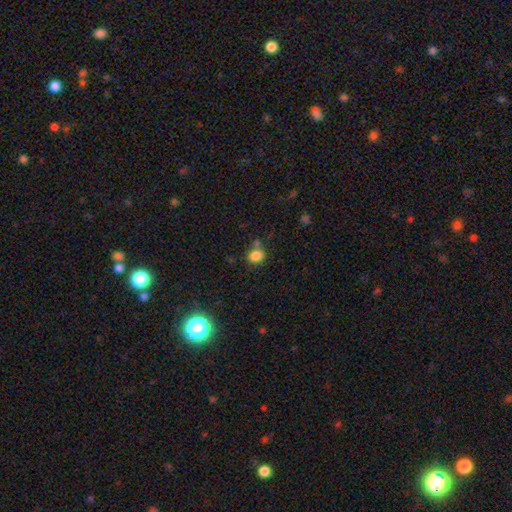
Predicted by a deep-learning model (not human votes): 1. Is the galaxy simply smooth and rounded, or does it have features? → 84% smooth, 11% star or artifact, 5% featured or disk.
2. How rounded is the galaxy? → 58% round, 41% in between, 1% cigar-shaped.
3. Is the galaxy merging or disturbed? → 69% none, 14% merger, 12% minor disturbance, 4% major disturbance.